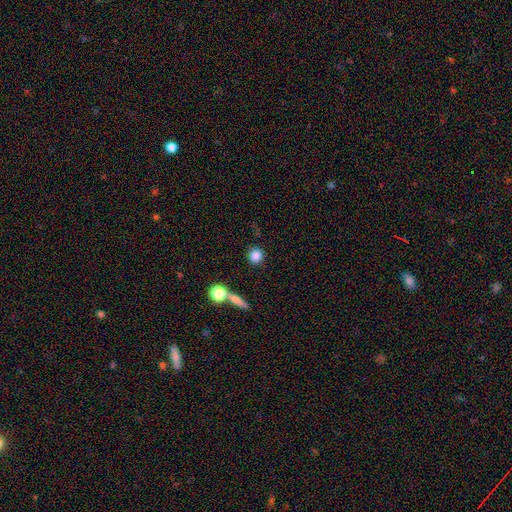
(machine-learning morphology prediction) Q: Smooth or featured?
A: smooth (84%); runner-up: star or artifact (10%)
Q: How rounded?
A: round (91%); runner-up: in between (7%)
Q: Merging?
A: none (85%); runner-up: minor disturbance (7%)